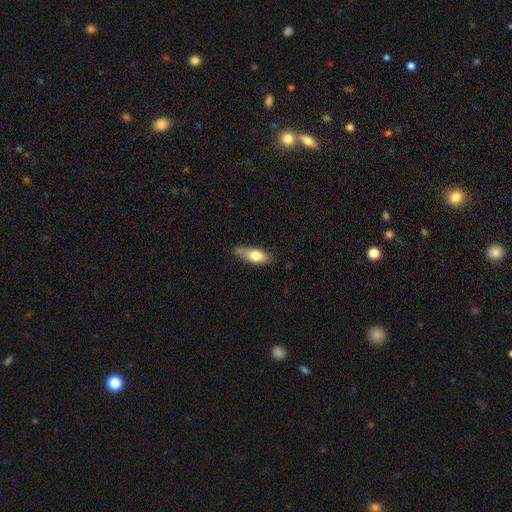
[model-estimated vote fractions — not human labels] Smooth or featured: smooth — 69% (featured or disk — 24%)
How rounded: in between — 73% (cigar-shaped — 24%)
Merging: none — 59% (minor disturbance — 31%)